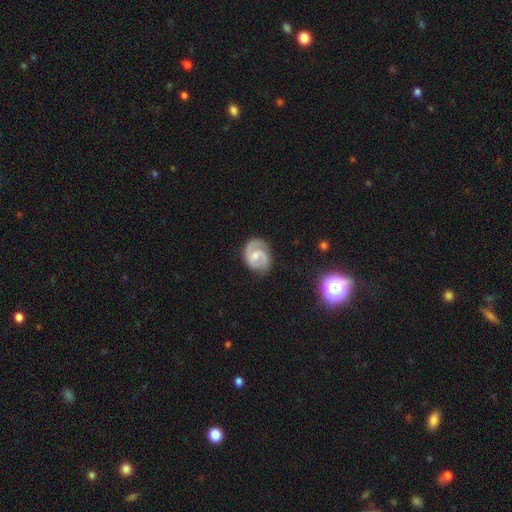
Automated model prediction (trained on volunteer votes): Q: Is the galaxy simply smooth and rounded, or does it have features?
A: featured or disk — 79%.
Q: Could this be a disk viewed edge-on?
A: no — 98%.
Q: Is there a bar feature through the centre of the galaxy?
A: weak — 48%.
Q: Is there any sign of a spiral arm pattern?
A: yes — 94%.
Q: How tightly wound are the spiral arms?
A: medium — 45%.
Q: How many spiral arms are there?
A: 2 — 76%.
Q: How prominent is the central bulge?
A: moderate — 49%.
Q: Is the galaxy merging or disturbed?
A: none — 73%.